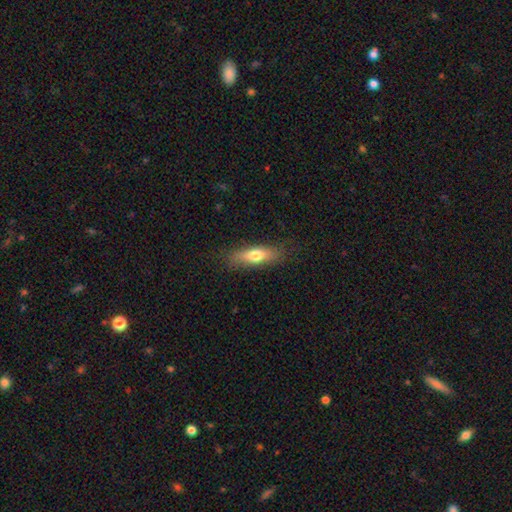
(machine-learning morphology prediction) This appears to be a smooth galaxy with no disk features (67%) that is cigar-shaped (51%). Merging: none (81%).